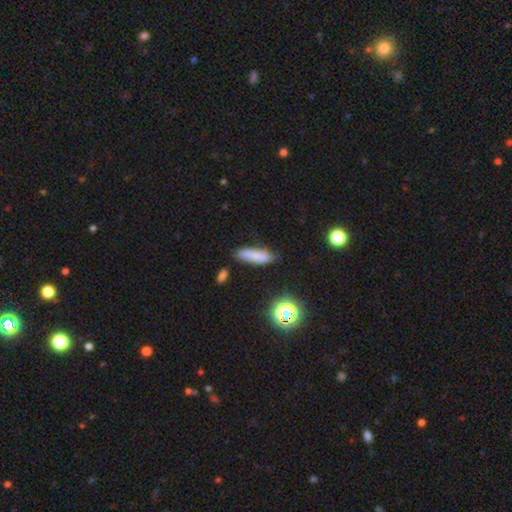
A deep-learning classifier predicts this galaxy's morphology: The model was most divided on "how rounded": cigar-shaped: 49%, in between: 48%, round: 3%. More confident: smooth or featured — smooth (72%); merging — none (70%).